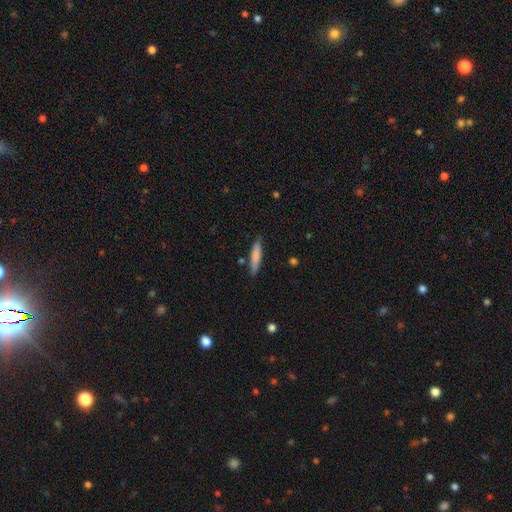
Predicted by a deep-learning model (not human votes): Overall: smooth (78%). How rounded: cigar-shaped (84%). Merging: none (83%).